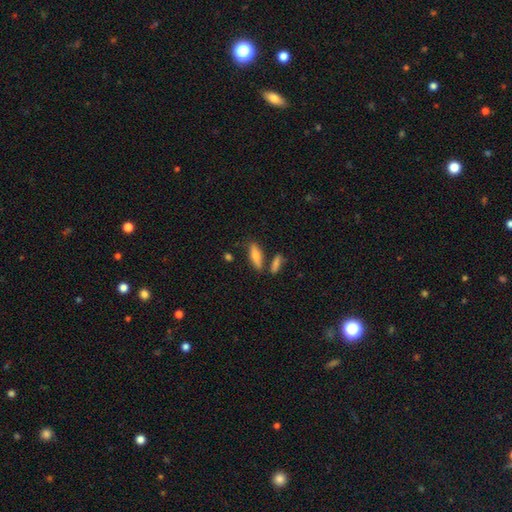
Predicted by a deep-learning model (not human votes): Smooth or featured? Predicted: smooth (p=0.69). How rounded? Predicted: cigar-shaped (p=0.51). Merging? Predicted: none (p=0.73).